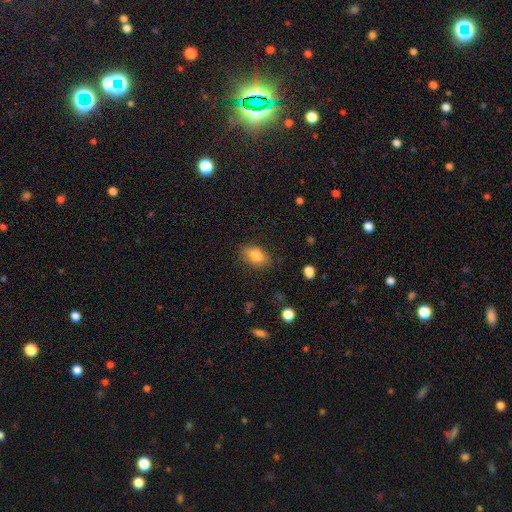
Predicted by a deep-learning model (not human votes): The model was most divided on "merging": none: 79%, minor disturbance: 15%, major disturbance: 4%, merger: 1%. More confident: how rounded — in between (84%); smooth or featured — smooth (81%).